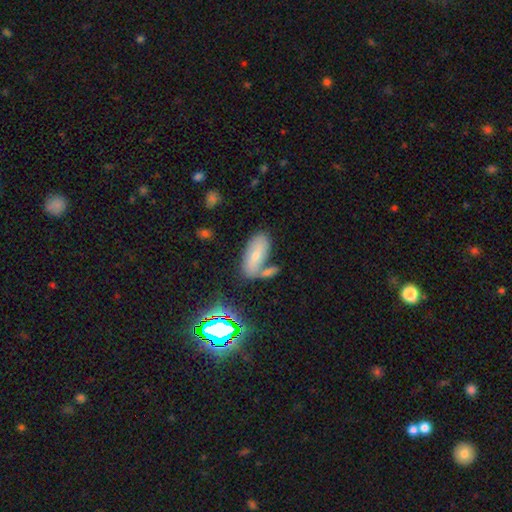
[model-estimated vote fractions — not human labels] smooth 61%, featured or disk 24%, star or artifact 16%. Down the decision tree: how rounded — in between (84%); merging — none (48%).